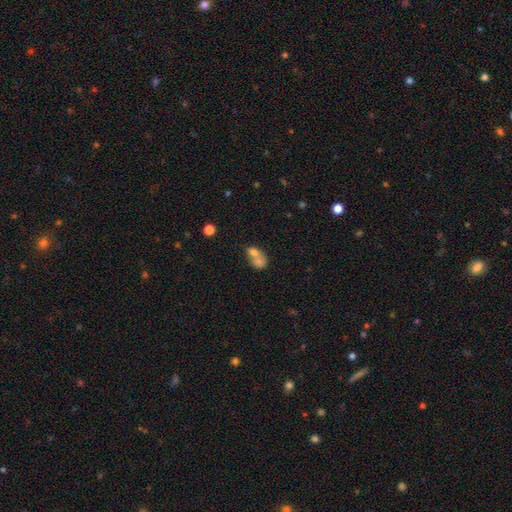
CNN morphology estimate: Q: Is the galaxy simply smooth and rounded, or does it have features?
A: smooth — 70%.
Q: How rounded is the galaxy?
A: in between — 60%.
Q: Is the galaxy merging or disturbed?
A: merger — 71%.